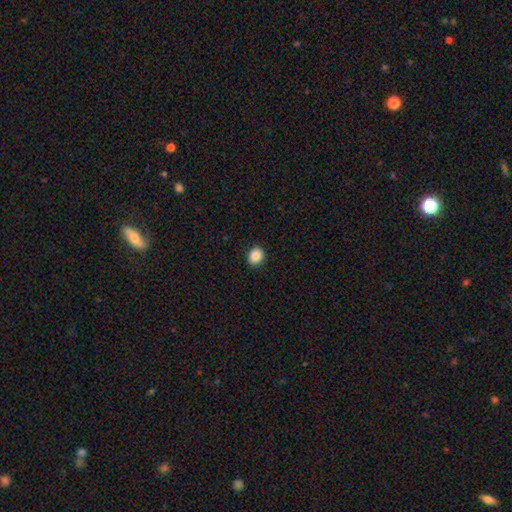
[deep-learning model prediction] Morphology: type=smooth (88%); roundness=round (52%); merging=none (91%).